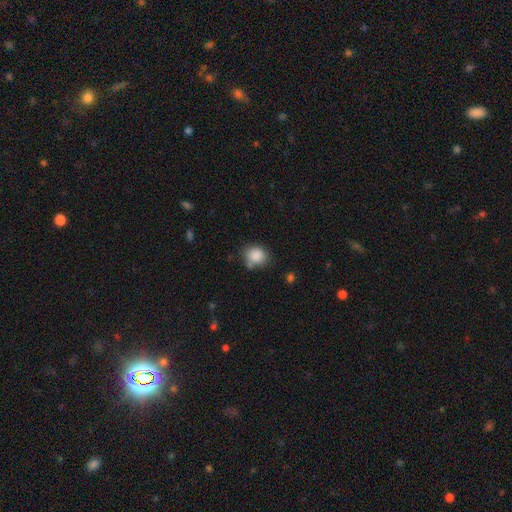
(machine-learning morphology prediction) smooth 86%, star or artifact 9%, featured or disk 5%. Down the decision tree: how rounded — round (68%); merging — none (67%).